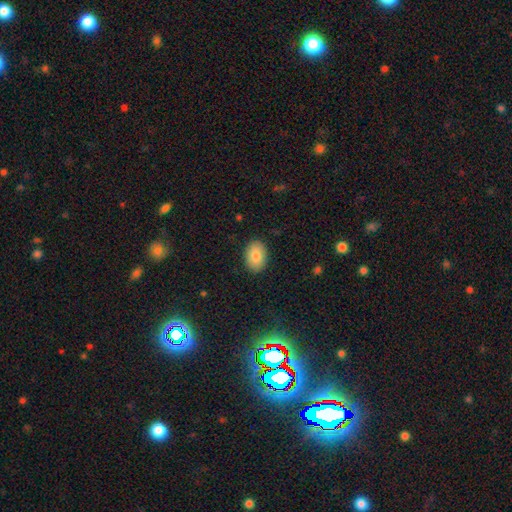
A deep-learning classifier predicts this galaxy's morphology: smooth-or-featured: smooth: 85% | featured or disk: 8% | star or artifact: 7%
  how-rounded: in between: 86% | round: 13% | cigar-shaped: 1%
  merging: none: 89% | minor disturbance: 8% | major disturbance: 2% | merger: 1%